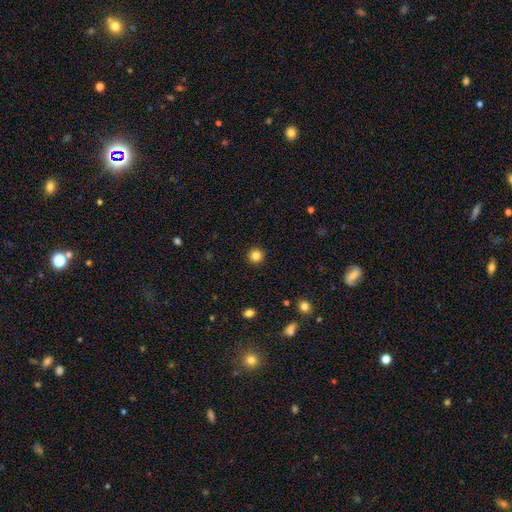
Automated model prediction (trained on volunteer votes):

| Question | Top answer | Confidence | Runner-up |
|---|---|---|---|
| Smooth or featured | smooth | 84% | star or artifact (12%) |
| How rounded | round | 95% | in between (4%) |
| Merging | none | 92% | minor disturbance (5%) |